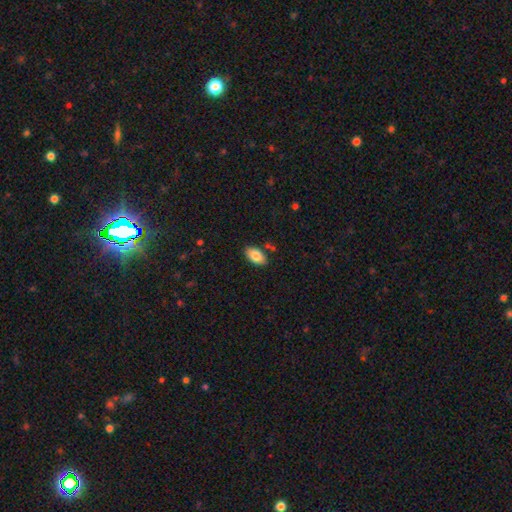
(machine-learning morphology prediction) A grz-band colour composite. It shows a smooth galaxy with no disk features (84%) that is in between round and cigar-shaped (94%). Merging: none (84%).